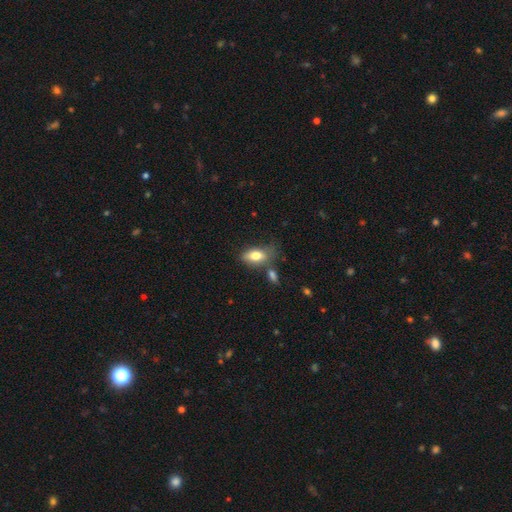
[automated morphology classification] Q: Smooth or featured?
A: smooth (77%); runner-up: featured or disk (16%)
Q: How rounded?
A: in between (88%); runner-up: round (7%)
Q: Merging?
A: none (55%); runner-up: minor disturbance (23%)